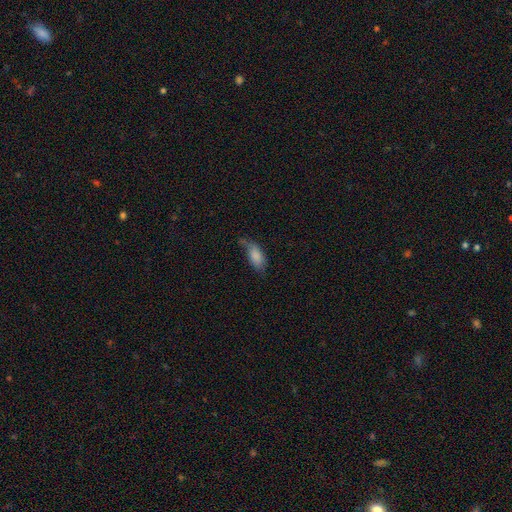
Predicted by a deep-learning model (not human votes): This is clearly a smooth galaxy (82%). How rounded: clearly in between (88%). Merging: marginally none (38%).